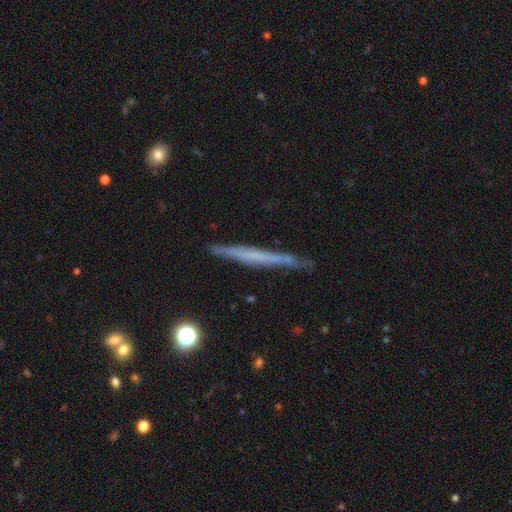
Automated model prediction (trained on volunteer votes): Smooth or featured? featured or disk (55%)
Edge-on disk? yes (96%)
Edge-on bulge? none (82%)
Merging? none (84%)